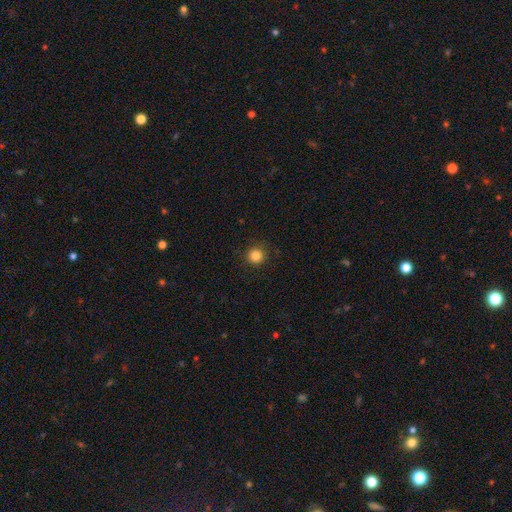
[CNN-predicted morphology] Smooth or featured?
  - smooth: 85% *
  - star or artifact: 12%
  - featured or disk: 4%
How rounded?
  - round: 95% *
  - in between: 4%
  - cigar-shaped: 1%
Merging?
  - none: 90% *
  - minor disturbance: 6%
  - major disturbance: 2%
  - merger: 1%